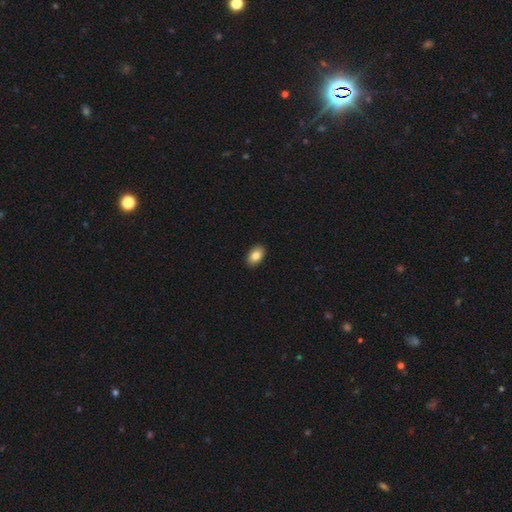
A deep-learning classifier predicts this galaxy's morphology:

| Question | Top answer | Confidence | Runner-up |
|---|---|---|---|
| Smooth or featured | smooth | 84% | featured or disk (9%) |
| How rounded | in between | 90% | round (8%) |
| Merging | none | 91% | minor disturbance (7%) |